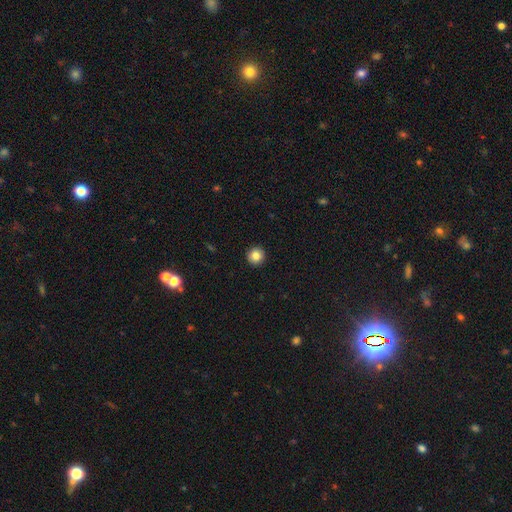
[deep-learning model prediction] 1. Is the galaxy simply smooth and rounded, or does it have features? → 85% smooth, 10% star or artifact, 5% featured or disk.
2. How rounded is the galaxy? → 96% round, 3% in between, 1% cigar-shaped.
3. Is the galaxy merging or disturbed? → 94% none, 4% minor disturbance, 1% major disturbance, 1% merger.